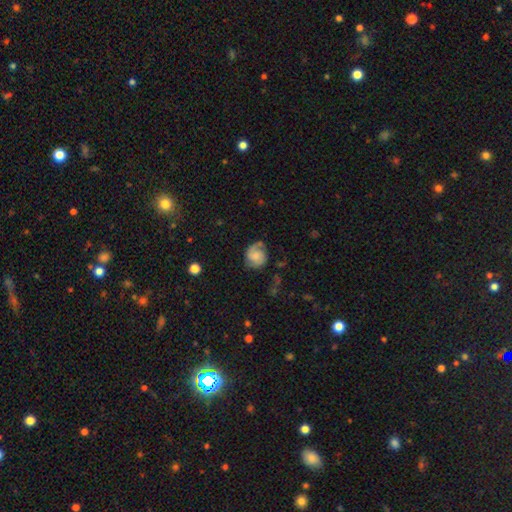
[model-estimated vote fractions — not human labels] Overall: featured or disk (58%; smooth 34%). Edge-on disk: no (98%). Bar: no (66%; weak 29%). Spiral arms: yes (91%). Spiral arm count: 2 (64%). Spiral winding: medium (41%; tight 39%). Bulge size: none (32%; small 31%). Merging: none (61%; minor disturbance 24%).